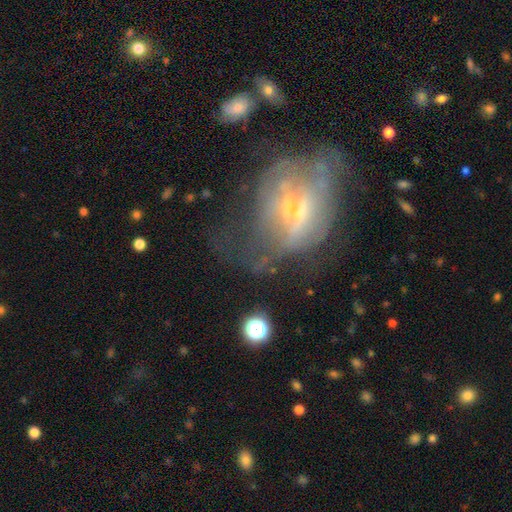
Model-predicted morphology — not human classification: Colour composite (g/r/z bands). It shows a featured or disk galaxy (55%) with no bar (62%), no spiral arms (69%) and a moderate central bulge (42%, tied with small). Merging: major disturbance (39%).